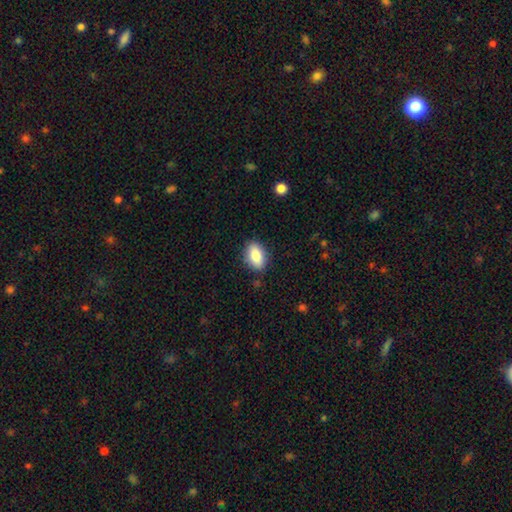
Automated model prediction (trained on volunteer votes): A smooth galaxy with no disk features (83%) that is in between round and cigar-shaped (87%).

Vote fractions:
- Smooth or featured? smooth: 83% / featured or disk: 10% / star or artifact: 7%
- How rounded? in between: 87% / round: 9% / cigar-shaped: 4%
- Merging? none: 85% / minor disturbance: 11% / major disturbance: 3% / merger: 1%